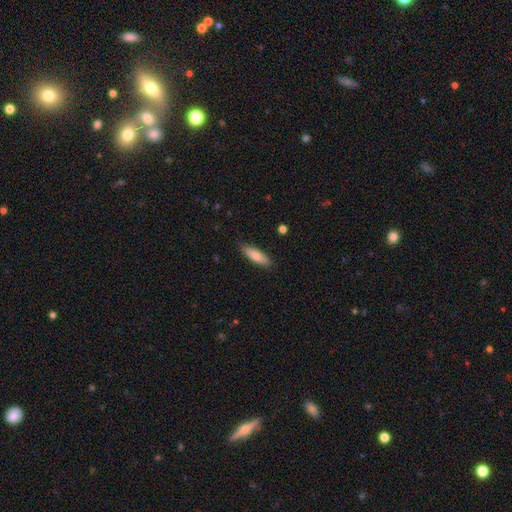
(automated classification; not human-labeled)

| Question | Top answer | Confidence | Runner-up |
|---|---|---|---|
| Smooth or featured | smooth | 76% | featured or disk (18%) |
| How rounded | cigar-shaped | 54% | in between (44%) |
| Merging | none | 86% | minor disturbance (10%) |